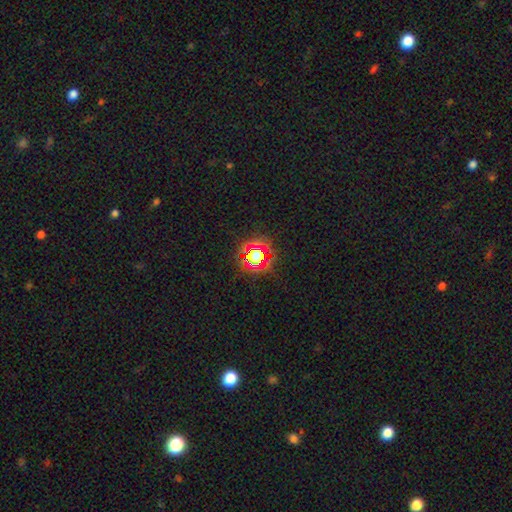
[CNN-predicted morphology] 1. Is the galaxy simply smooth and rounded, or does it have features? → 63% star or artifact, 26% smooth, 12% featured or disk.